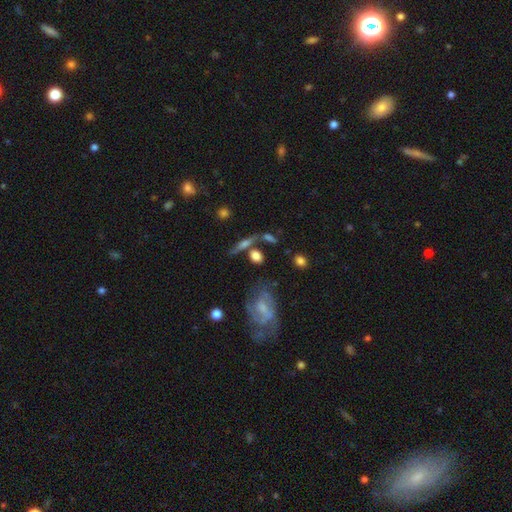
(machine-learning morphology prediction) smooth 57%, featured or disk 31%, star or artifact 12%. Down the decision tree: how rounded — in between (46%); merging — none (60%).